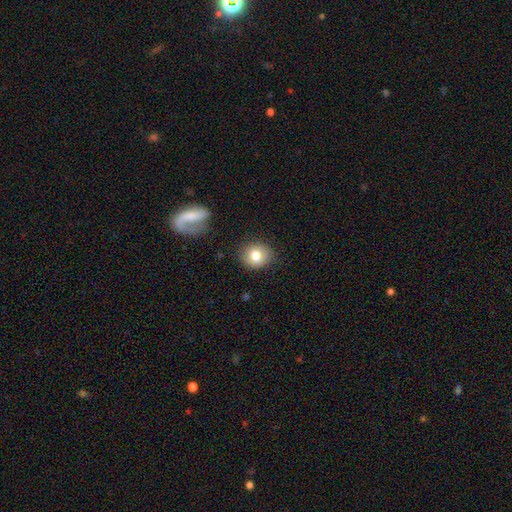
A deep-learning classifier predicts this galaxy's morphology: Smooth or featured? smooth (79%)
How rounded? round (73%)
Merging? none (84%)